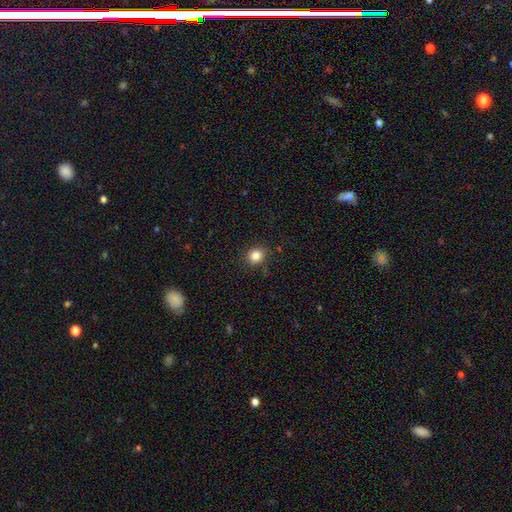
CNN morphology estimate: smooth-or-featured: smooth: 84% | star or artifact: 11% | featured or disk: 4%
  how-rounded: round: 80% | in between: 20% | cigar-shaped: 1%
  merging: none: 88% | minor disturbance: 8% | major disturbance: 2% | merger: 1%